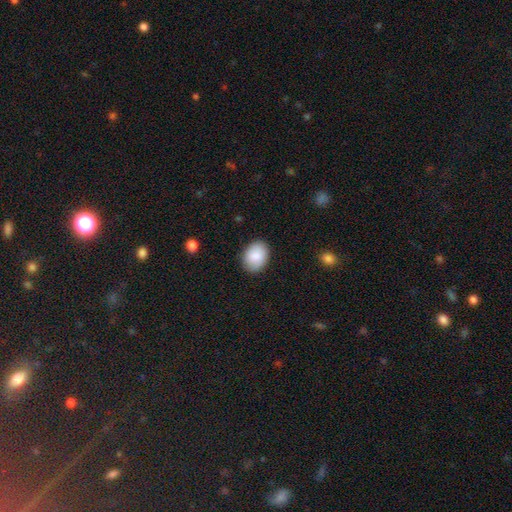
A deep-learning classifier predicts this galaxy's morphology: Overall: smooth (87%). How rounded: in between (68%; round 31%). Merging: none (87%).